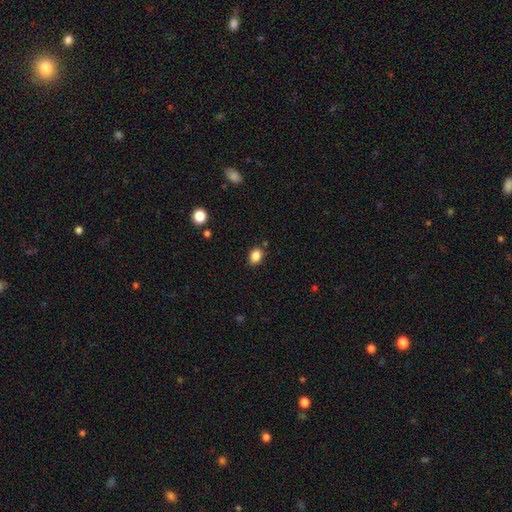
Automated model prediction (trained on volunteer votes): smooth-or-featured: smooth: 86% | star or artifact: 10% | featured or disk: 4%
  how-rounded: in between: 73% | round: 26% | cigar-shaped: 1%
  merging: none: 84% | minor disturbance: 11% | merger: 3% | major disturbance: 3%